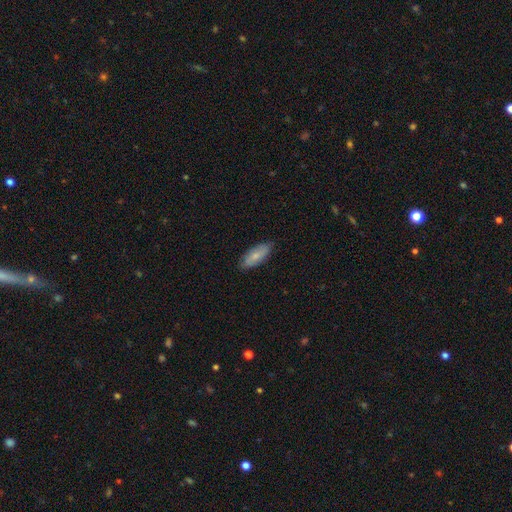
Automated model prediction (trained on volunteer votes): A smooth galaxy with no disk features (73%) that is in between round and cigar-shaped (80%).

Vote fractions:
- Smooth or featured? smooth: 73% / featured or disk: 21% / star or artifact: 6%
- How rounded? in between: 80% / cigar-shaped: 18% / round: 2%
- Merging? none: 83% / minor disturbance: 13% / major disturbance: 2% / merger: 1%